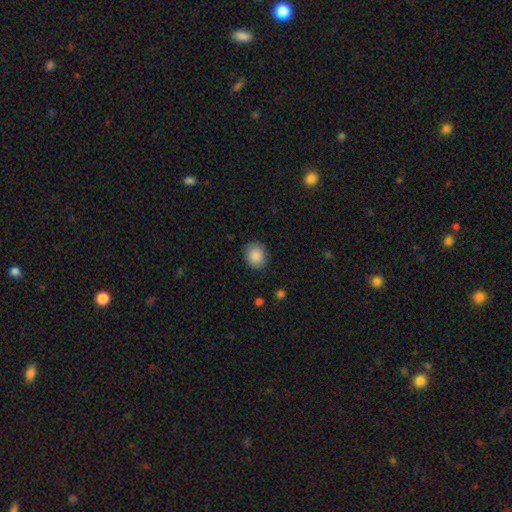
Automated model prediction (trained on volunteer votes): Smooth or featured: smooth — 88% (star or artifact — 8%)
How rounded: round — 67% (in between — 32%)
Merging: none — 85% (minor disturbance — 11%)